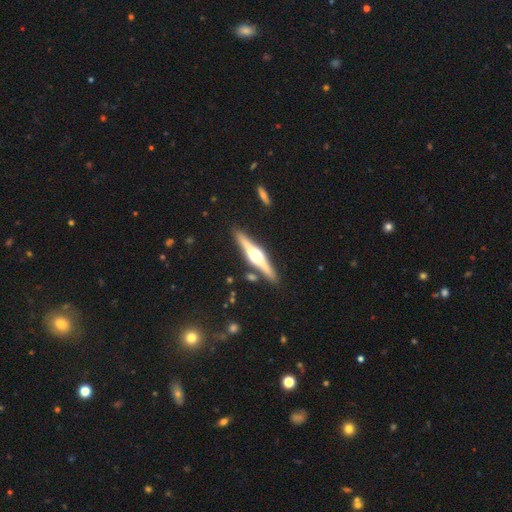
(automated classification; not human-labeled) Smooth or featured: featured or disk — 80% (smooth — 15%)
Edge-on disk: yes — 98% (no — 2%)
Edge-on bulge: rounded — 95% (boxy — 4%)
Merging: none — 88% (minor disturbance — 8%)